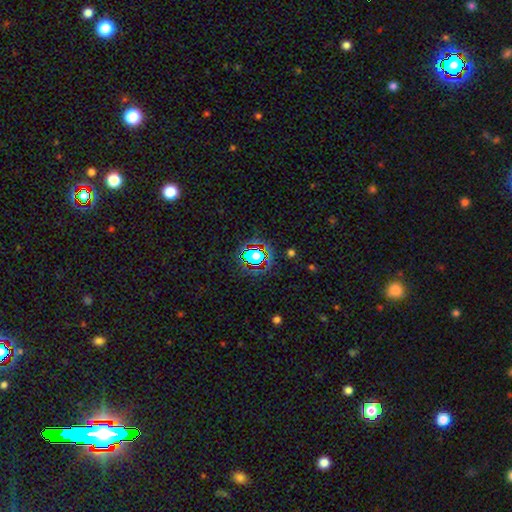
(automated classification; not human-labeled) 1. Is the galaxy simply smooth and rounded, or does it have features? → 57% star or artifact, 30% smooth, 13% featured or disk.